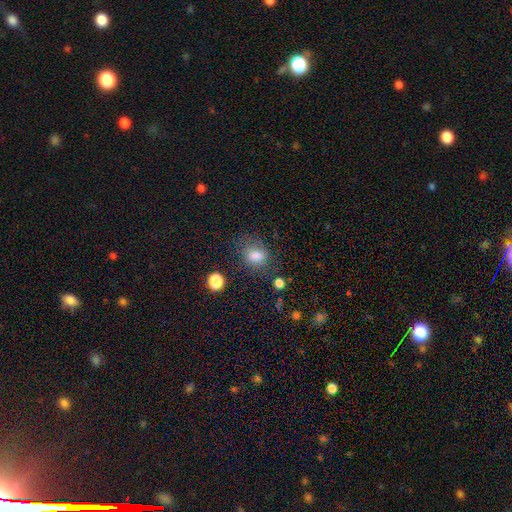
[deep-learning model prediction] Smooth or featured?
  - smooth: 80% *
  - star or artifact: 11%
  - featured or disk: 8%
How rounded?
  - in between: 59% *
  - round: 39%
  - cigar-shaped: 1%
Merging?
  - none: 66% *
  - minor disturbance: 21%
  - major disturbance: 10%
  - merger: 4%